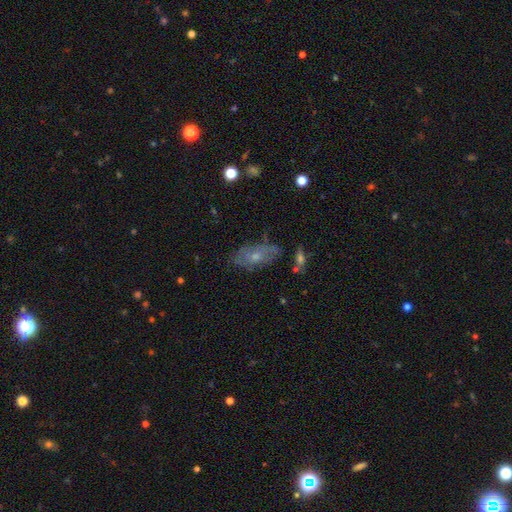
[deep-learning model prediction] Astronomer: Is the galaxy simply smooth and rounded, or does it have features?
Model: featured or disk — 46% (runner-up: smooth, 44%).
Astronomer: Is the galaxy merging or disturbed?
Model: none — 64%.